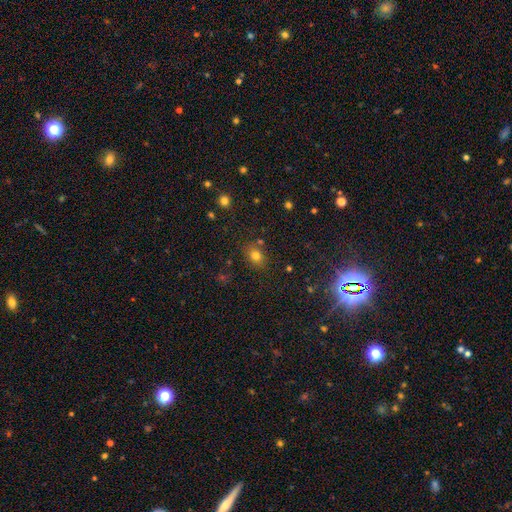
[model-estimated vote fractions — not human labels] A smooth galaxy with no disk features (77%) that is in between round and cigar-shaped (50%). Merging: none (77%).